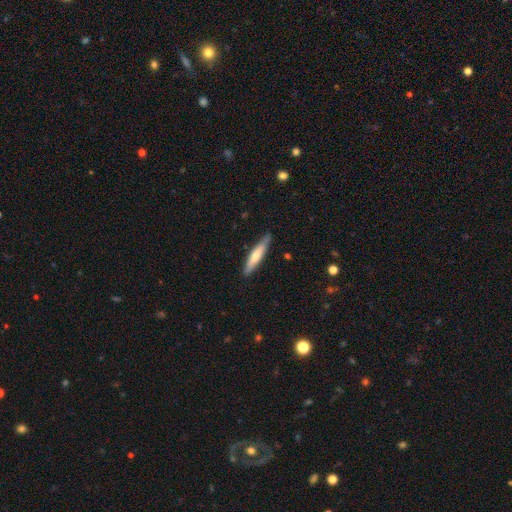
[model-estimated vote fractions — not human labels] Morphology: type=smooth (63%); roundness=cigar-shaped (85%); merging=none (83%).